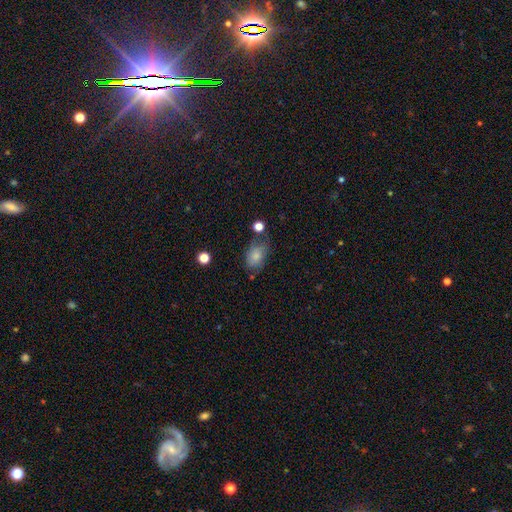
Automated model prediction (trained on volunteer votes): A smooth galaxy with no disk features (77%) that is in between round and cigar-shaped (83%).

Vote fractions:
- Smooth or featured? smooth: 77% / featured or disk: 14% / star or artifact: 9%
- How rounded? in between: 83% / round: 16% / cigar-shaped: 1%
- Merging? none: 52% / minor disturbance: 29% / major disturbance: 12% / merger: 6%